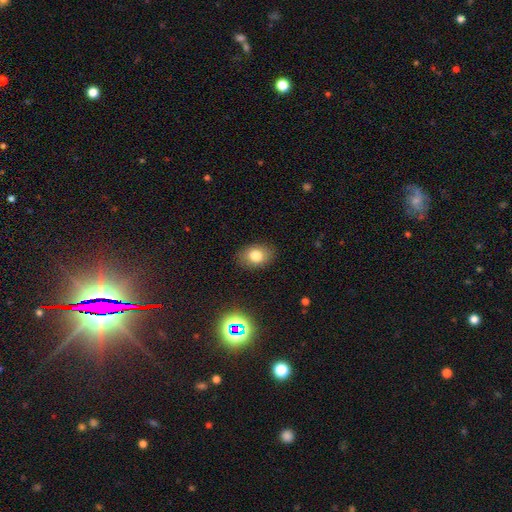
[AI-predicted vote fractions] This appears to be a smooth galaxy with no disk features (77%) that is in between round and cigar-shaped (71%). Merging: none (86%).